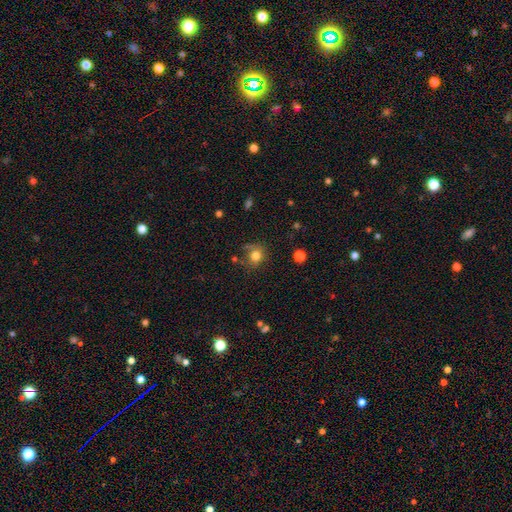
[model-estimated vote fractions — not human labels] Overall: smooth (79%). How rounded: round (81%). Merging: none (66%).